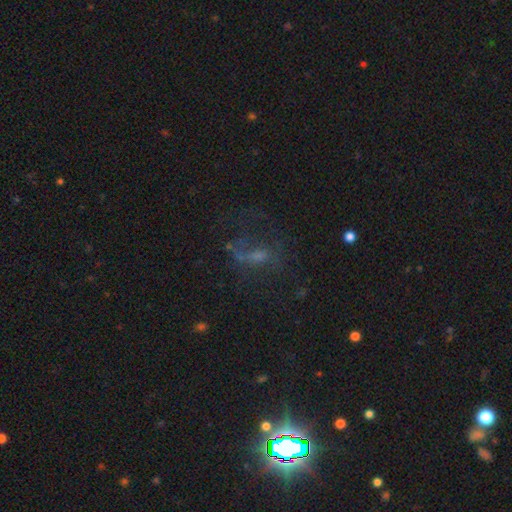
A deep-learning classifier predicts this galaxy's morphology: The model was most divided on "merging": none: 43%, major disturbance: 35%, minor disturbance: 18%, merger: 4%. Remaining: smooth or featured — featured or disk (43%).